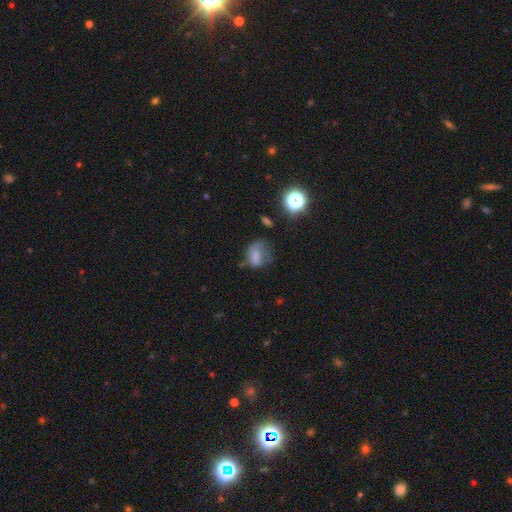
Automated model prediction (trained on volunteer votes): Smooth or featured?
  - smooth: 60% *
  - featured or disk: 24%
  - star or artifact: 16%
How rounded?
  - in between: 60% *
  - round: 38%
  - cigar-shaped: 2%
Merging?
  - major disturbance: 34% *
  - none: 31%
  - minor disturbance: 31%
  - merger: 4%